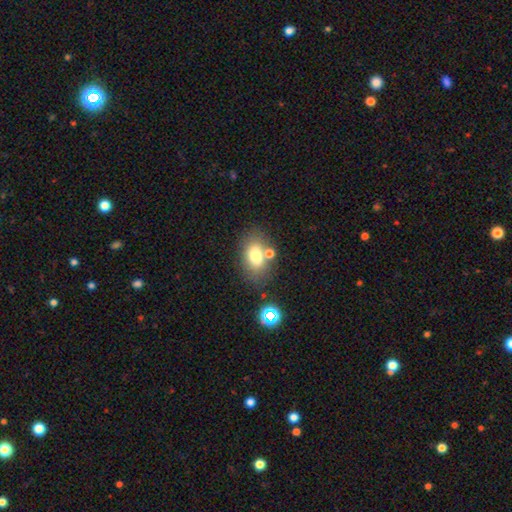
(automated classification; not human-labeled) Overall: smooth (76%). How rounded: in between (85%). Merging: none (66%).